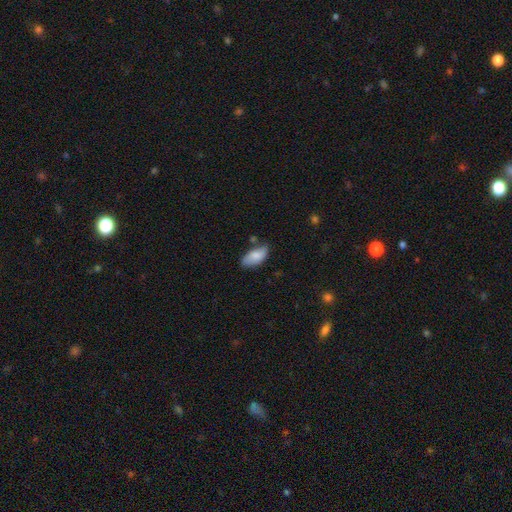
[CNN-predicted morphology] Smooth or featured? smooth (78%)
How rounded? in between (92%)
Merging? none (64%)